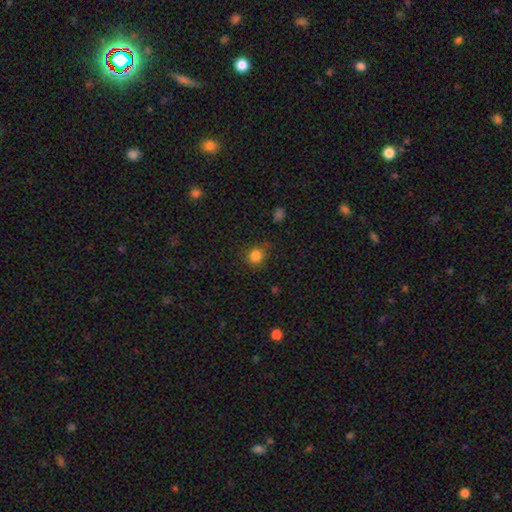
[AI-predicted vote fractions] Q: Smooth or featured?
A: smooth (83%); runner-up: star or artifact (12%)
Q: How rounded?
A: round (88%); runner-up: in between (11%)
Q: Merging?
A: none (83%); runner-up: minor disturbance (12%)